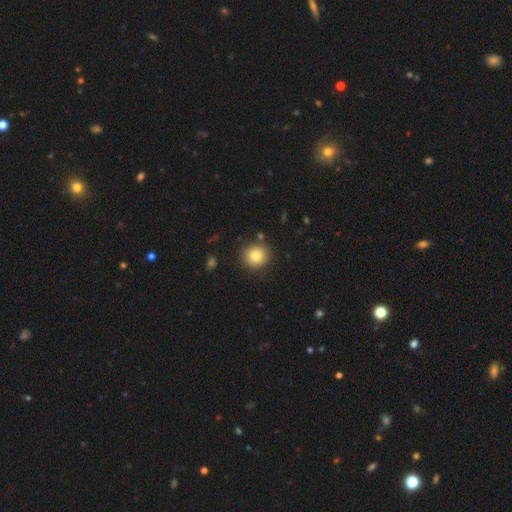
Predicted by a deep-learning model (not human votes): A smooth galaxy with no disk features (81%) that is round (92%).

Vote fractions:
- Smooth or featured? smooth: 81% / star or artifact: 11% / featured or disk: 8%
- How rounded? round: 92% / in between: 7% / cigar-shaped: 1%
- Merging? none: 87% / minor disturbance: 8% / merger: 3% / major disturbance: 2%